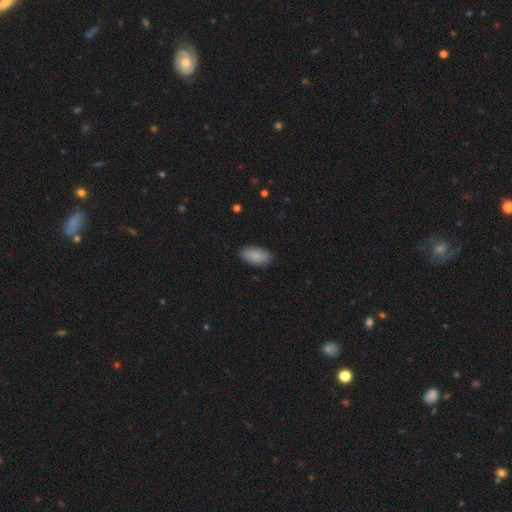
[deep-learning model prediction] The model was most divided on "merging": none: 85%, minor disturbance: 12%, major disturbance: 2%, merger: 1%. More confident: how rounded — in between (94%); smooth or featured — smooth (87%).